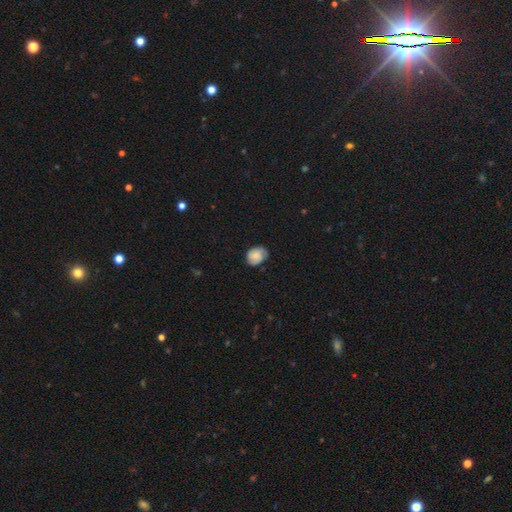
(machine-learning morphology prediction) smooth-or-featured: smooth: 59% | featured or disk: 33% | star or artifact: 8%
  how-rounded: in between: 54% | round: 45% | cigar-shaped: 1%
  merging: none: 64% | minor disturbance: 28% | major disturbance: 7% | merger: 1%